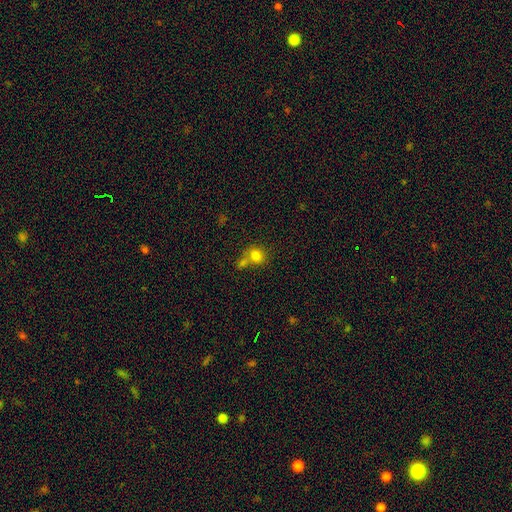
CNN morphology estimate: This is likely a smooth galaxy (79%). How rounded: likely round (75%). Merging: possibly none (46%).